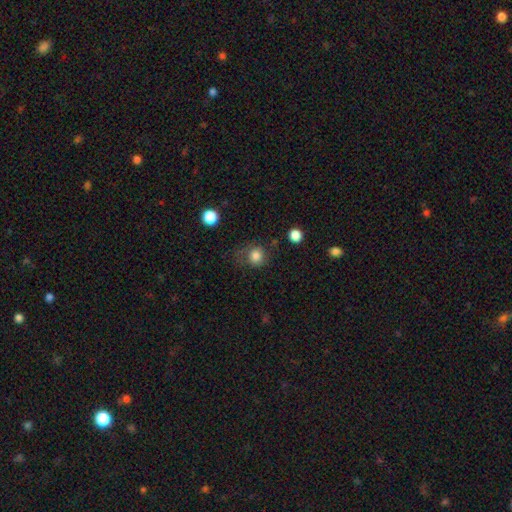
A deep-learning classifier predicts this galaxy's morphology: The model was most divided on "merging": none: 62%, minor disturbance: 21%, major disturbance: 14%, merger: 3%. More confident: how rounded — round (84%); smooth or featured — smooth (81%).